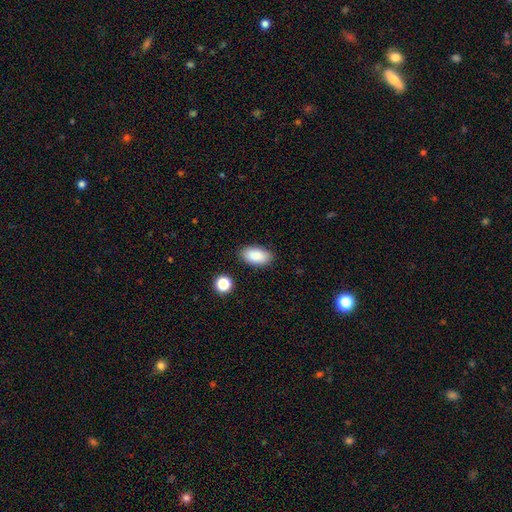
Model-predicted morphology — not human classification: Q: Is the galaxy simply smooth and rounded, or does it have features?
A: smooth — 89%.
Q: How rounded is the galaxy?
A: in between — 94%.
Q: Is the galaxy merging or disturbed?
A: none — 86%.